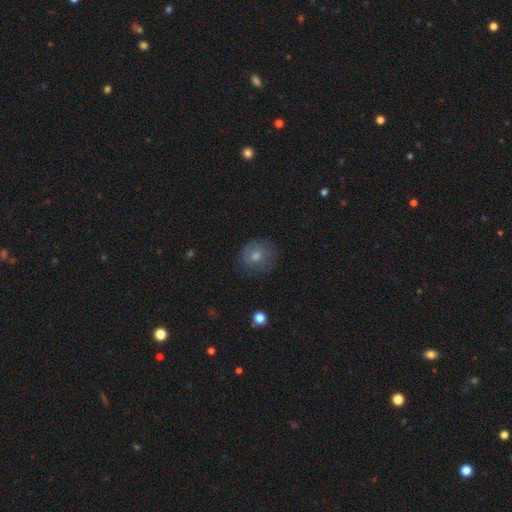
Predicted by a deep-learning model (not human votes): smooth 55%, featured or disk 28%, star or artifact 16%. Down the decision tree: how rounded — round (82%); merging — none (79%).